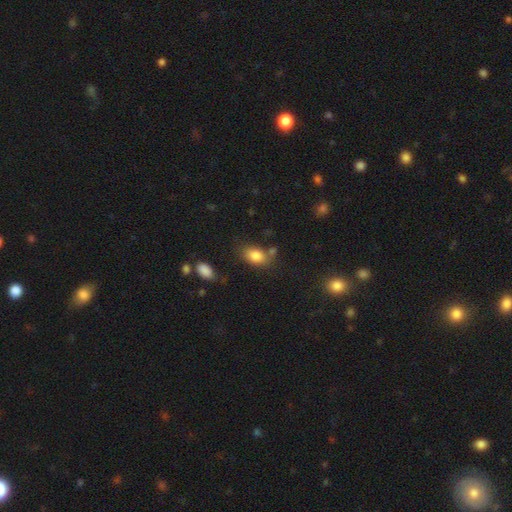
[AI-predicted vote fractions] smooth 82%, star or artifact 9%, featured or disk 9%. Down the decision tree: how rounded — in between (84%); merging — none (68%).